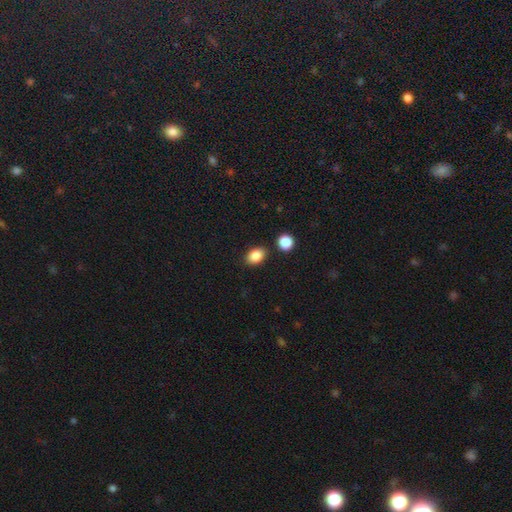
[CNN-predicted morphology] This is clearly a smooth galaxy (87%). How rounded: likely in between (78%). Merging: clearly none (82%).